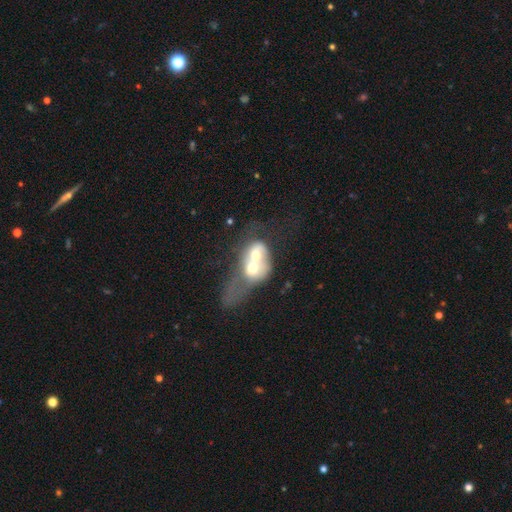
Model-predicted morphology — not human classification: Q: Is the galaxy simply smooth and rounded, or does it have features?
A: smooth — 50%.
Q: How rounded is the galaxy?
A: in between — 52%.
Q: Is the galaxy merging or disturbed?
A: merger — 81%.